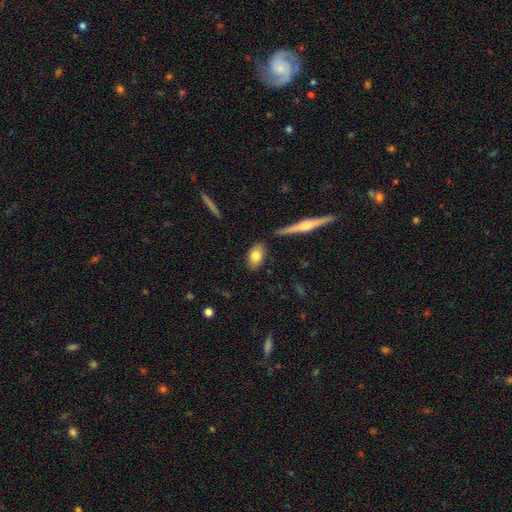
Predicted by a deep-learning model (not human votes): Smooth or featured? smooth (78%)
How rounded? in between (88%)
Merging? none (82%)